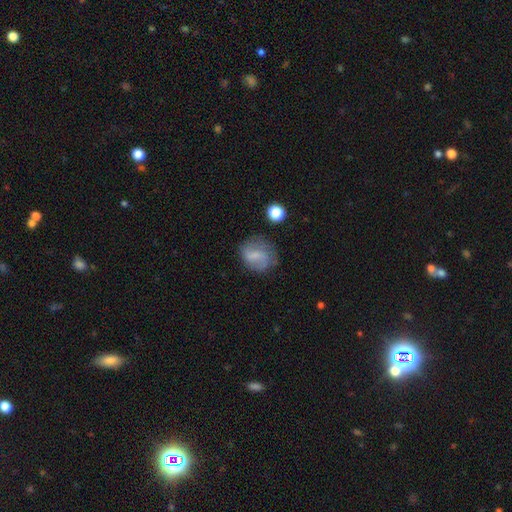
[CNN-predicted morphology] smooth 47%, featured or disk 43%, star or artifact 10%. Down the decision tree: merging — none (63%).